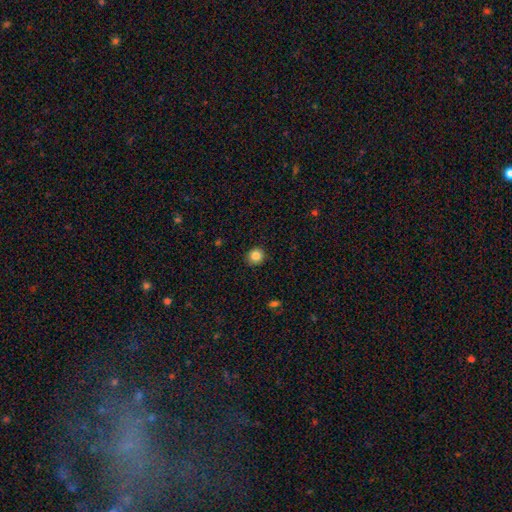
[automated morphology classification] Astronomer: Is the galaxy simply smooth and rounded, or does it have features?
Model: smooth — 85%.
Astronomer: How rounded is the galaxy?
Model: round — 90%.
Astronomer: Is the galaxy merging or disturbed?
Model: none — 89%.